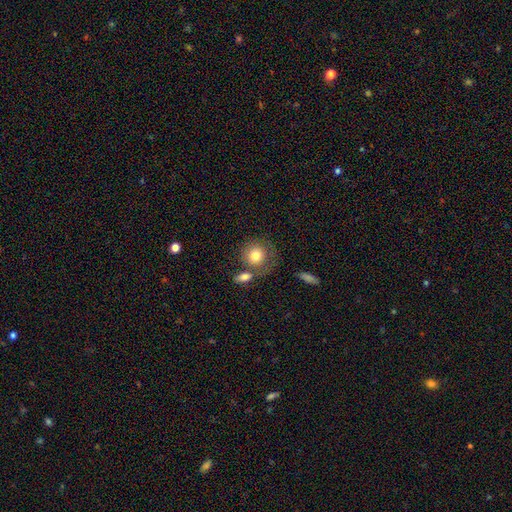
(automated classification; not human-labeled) This appears to be a smooth galaxy with no disk features (78%) that is round (84%). Merging: none (56%).